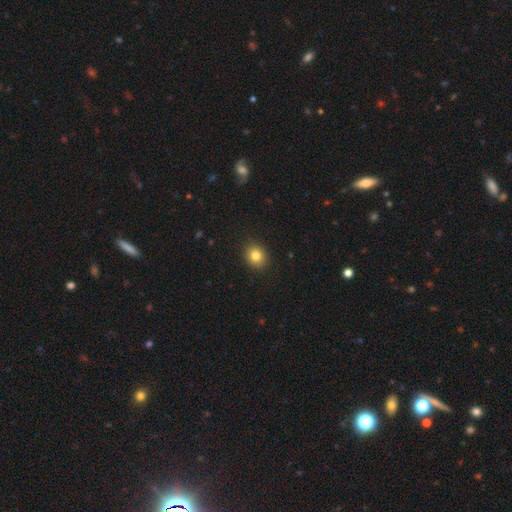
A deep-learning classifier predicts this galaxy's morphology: smooth_or_featured: smooth (p=0.82) [alt: star or artifact p=0.11]
how_rounded: round (p=0.67) [alt: in between p=0.32]
merging: none (p=0.90) [alt: minor disturbance p=0.07]